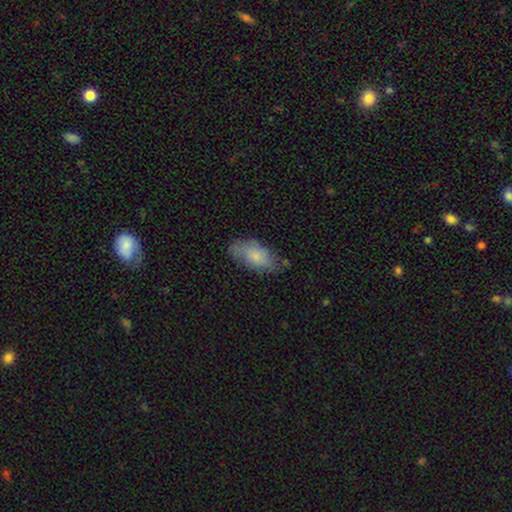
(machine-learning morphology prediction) A smooth galaxy with no disk features (73%) that is in between round and cigar-shaped (92%). Merging: none (65%).